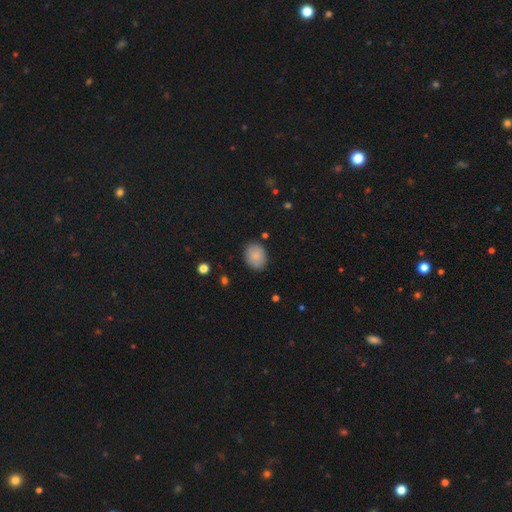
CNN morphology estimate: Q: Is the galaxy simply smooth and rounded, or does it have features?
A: smooth — 84%.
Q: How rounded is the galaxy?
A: in between — 55%.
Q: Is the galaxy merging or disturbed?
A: none — 85%.